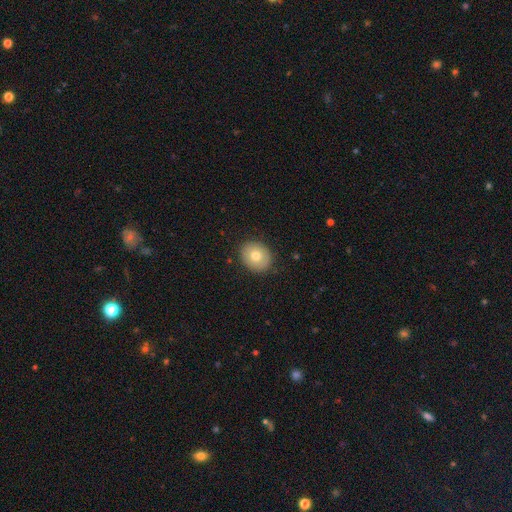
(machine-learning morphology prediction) smooth-or-featured: smooth: 74% | featured or disk: 18% | star or artifact: 9%
  how-rounded: round: 65% | in between: 34% | cigar-shaped: 1%
  merging: none: 88% | minor disturbance: 9% | major disturbance: 2% | merger: 1%